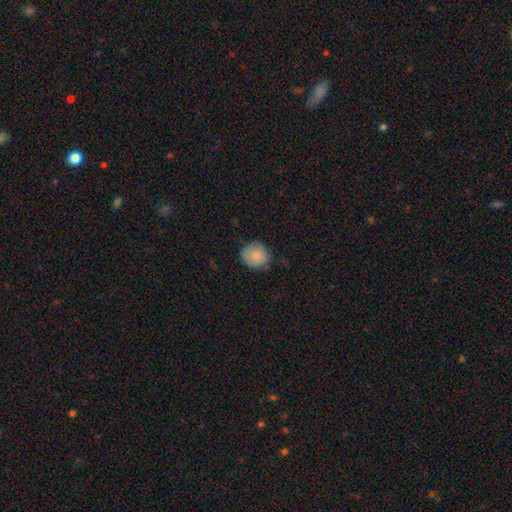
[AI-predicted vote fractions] smooth_or_featured: smooth (p=0.85) [alt: featured or disk p=0.07]
how_rounded: round (p=0.83) [alt: in between p=0.16]
merging: none (p=0.75) [alt: minor disturbance p=0.21]